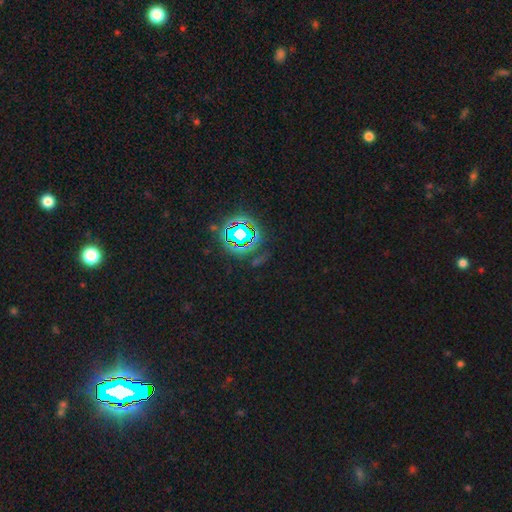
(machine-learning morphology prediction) This appears to be a star or artifact, not a galaxy (80%).